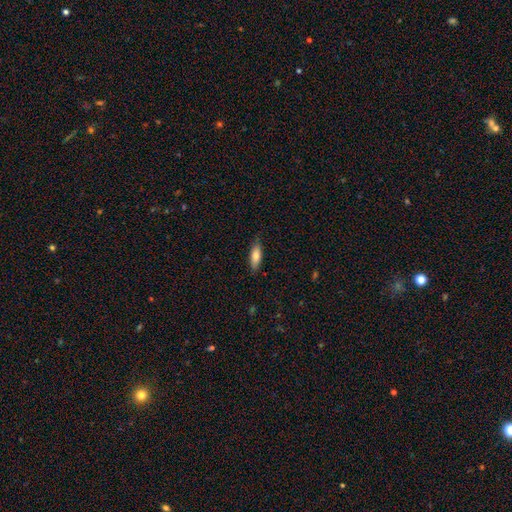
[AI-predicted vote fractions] A smooth galaxy with no disk features (77%) that is in between round and cigar-shaped (62%).

Vote fractions:
- Smooth or featured? smooth: 77% / featured or disk: 17% / star or artifact: 6%
- How rounded? in between: 62% / cigar-shaped: 36% / round: 2%
- Merging? none: 82% / minor disturbance: 15% / major disturbance: 2% / merger: 1%